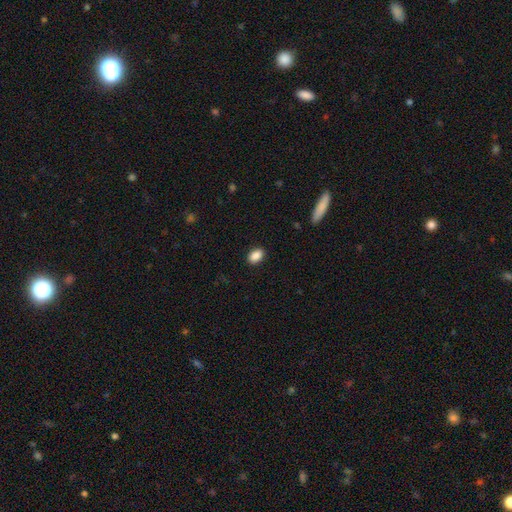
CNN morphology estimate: A smooth galaxy with no disk features (89%) that is in between round and cigar-shaped (81%). Merging: none (90%).